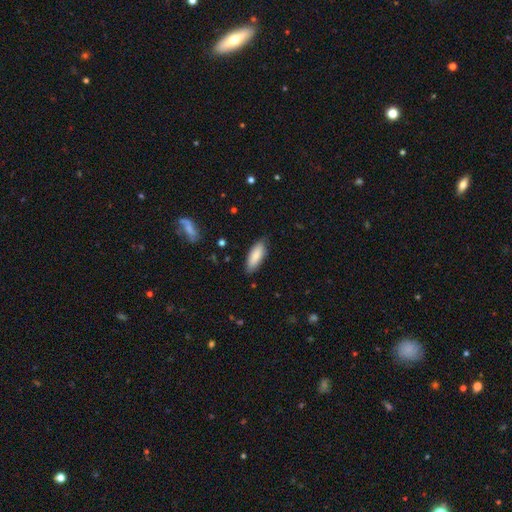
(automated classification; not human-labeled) smooth_or_featured: smooth (p=0.86) [alt: featured or disk p=0.09]
how_rounded: in between (p=0.69) [alt: cigar-shaped p=0.29]
merging: none (p=0.82) [alt: minor disturbance p=0.14]